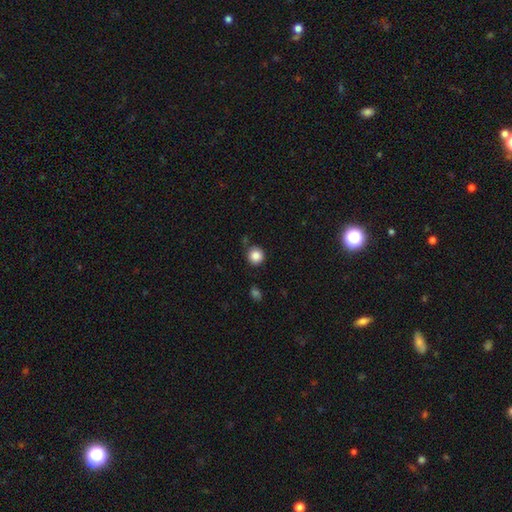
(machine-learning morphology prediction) type=smooth (86%); roundness=round (92%); merging=none (83%).